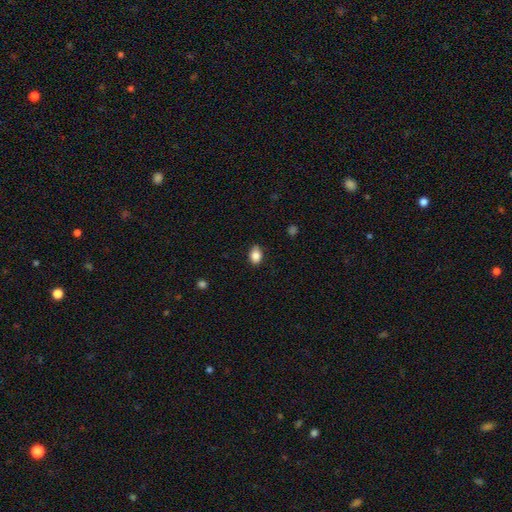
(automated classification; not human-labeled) Smooth or featured? Predicted: smooth (p=0.86). How rounded? Predicted: in between (p=0.75). Merging? Predicted: none (p=0.83).